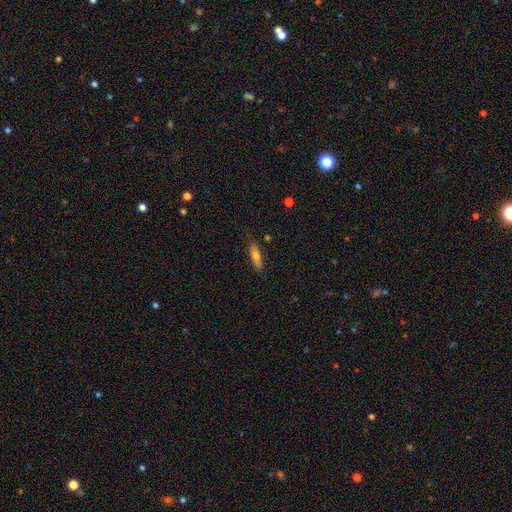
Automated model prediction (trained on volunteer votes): Smooth or featured? Predicted: smooth (p=0.62). How rounded? Predicted: cigar-shaped (p=0.64). Merging? Predicted: none (p=0.82).